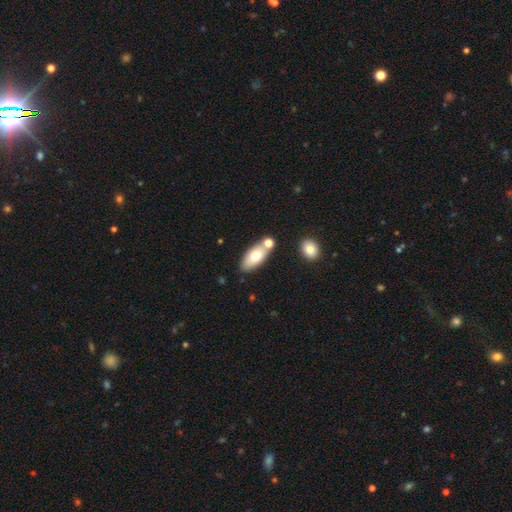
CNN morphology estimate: Smooth or featured?
  - smooth: 69% *
  - featured or disk: 24%
  - star or artifact: 7%
How rounded?
  - in between: 87% *
  - cigar-shaped: 9%
  - round: 4%
Merging?
  - none: 65% *
  - merger: 20%
  - minor disturbance: 12%
  - major disturbance: 3%